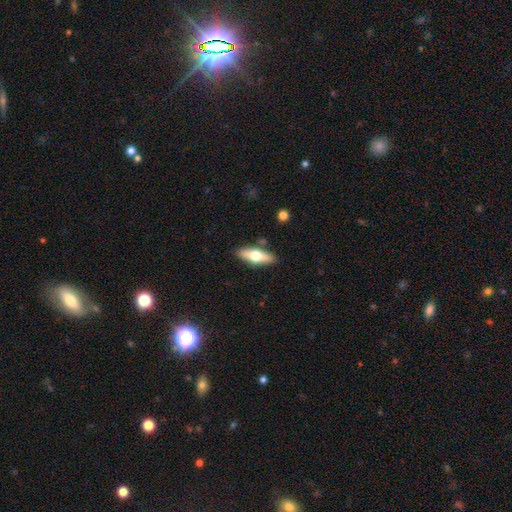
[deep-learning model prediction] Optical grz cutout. It shows a smooth galaxy with no disk features (53%) that is in between round and cigar-shaped (58%). Merging: none (85%).